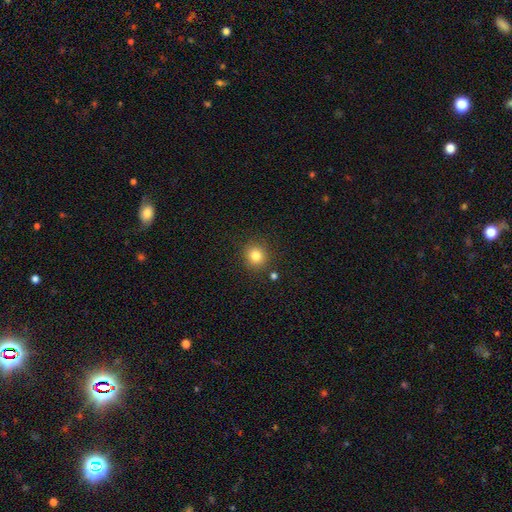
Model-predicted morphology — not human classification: smooth-or-featured: smooth: 81% | star or artifact: 12% | featured or disk: 7%
  how-rounded: round: 89% | in between: 10% | cigar-shaped: 1%
  merging: none: 87% | minor disturbance: 7% | merger: 3% | major disturbance: 2%